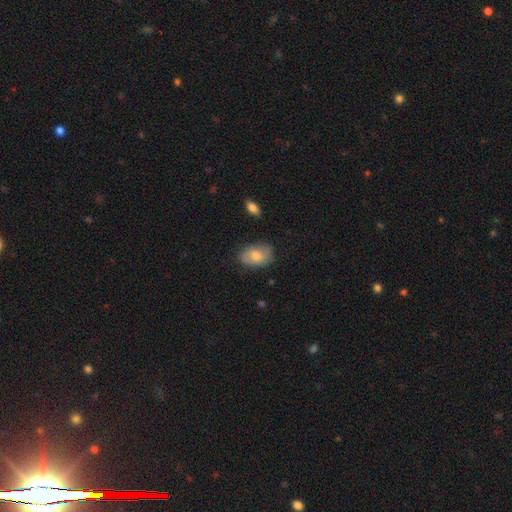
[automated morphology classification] Overall: smooth (70%). How rounded: in between (85%). Merging: none (76%).